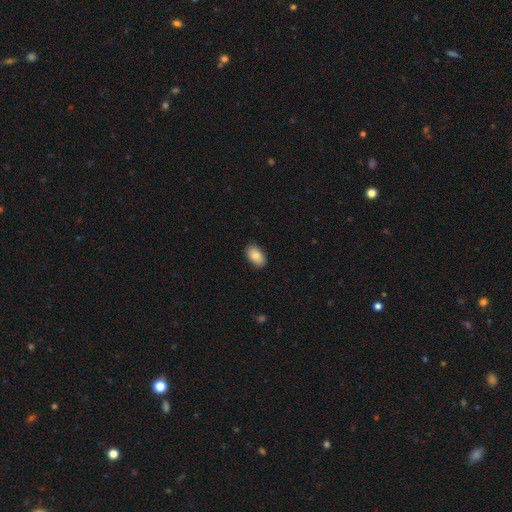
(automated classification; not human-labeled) Overall: smooth (86%). How rounded: in between (93%). Merging: none (88%).